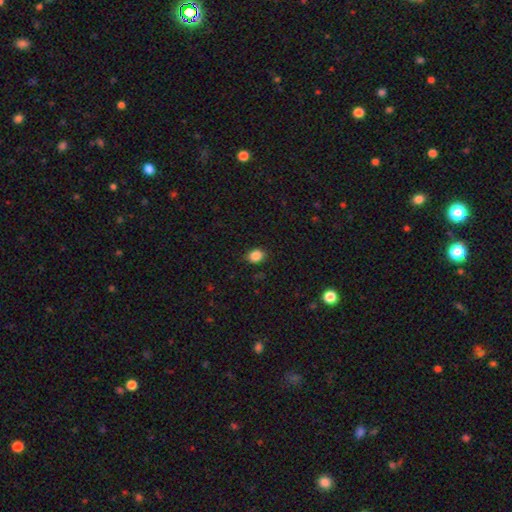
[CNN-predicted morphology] type=smooth (86%); roundness=round (53%); merging=none (87%).